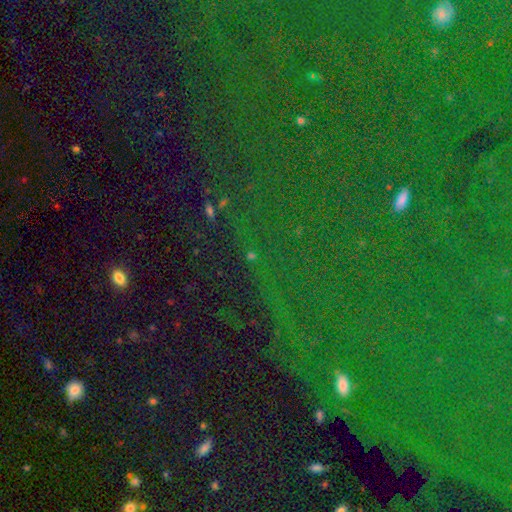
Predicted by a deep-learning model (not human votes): Smooth or featured?
  - star or artifact: 84% *
  - smooth: 8%
  - featured or disk: 7%